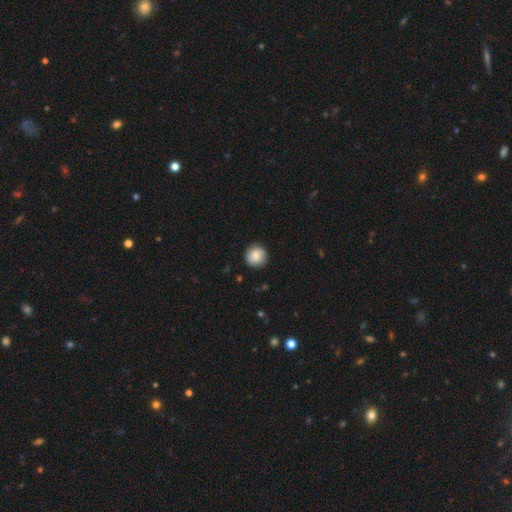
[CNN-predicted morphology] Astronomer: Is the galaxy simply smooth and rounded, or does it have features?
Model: smooth — 78%.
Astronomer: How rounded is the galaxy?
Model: round — 94%.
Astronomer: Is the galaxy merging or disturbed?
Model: none — 87%.